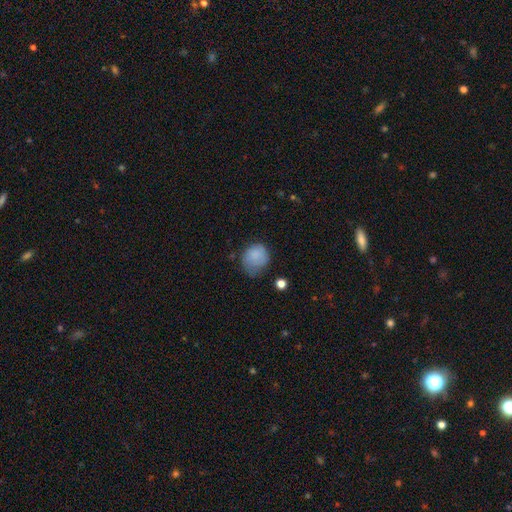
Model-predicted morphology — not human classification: The model was most divided on "merging": none: 46%, minor disturbance: 37%, major disturbance: 15%, merger: 2%. More confident: smooth or featured — smooth (82%); how rounded — round (70%).